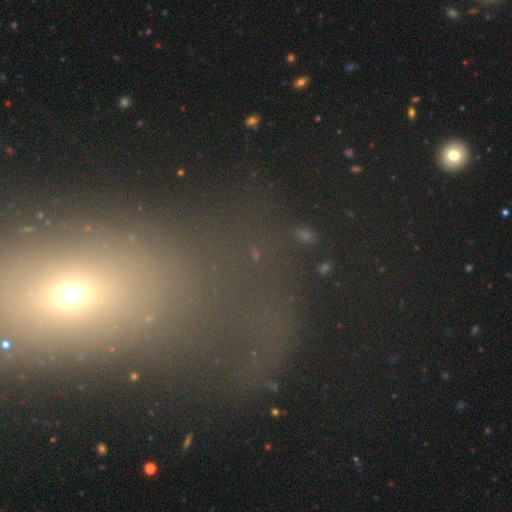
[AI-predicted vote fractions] This is marginally a smooth galaxy (41%). Merging: marginally none (45%).